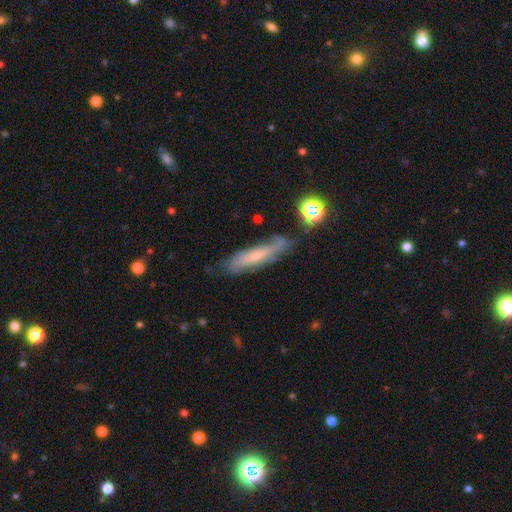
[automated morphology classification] smooth-or-featured: smooth: 47% | featured or disk: 44% | star or artifact: 9%
  merging: none: 66% | minor disturbance: 23% | major disturbance: 7% | merger: 4%